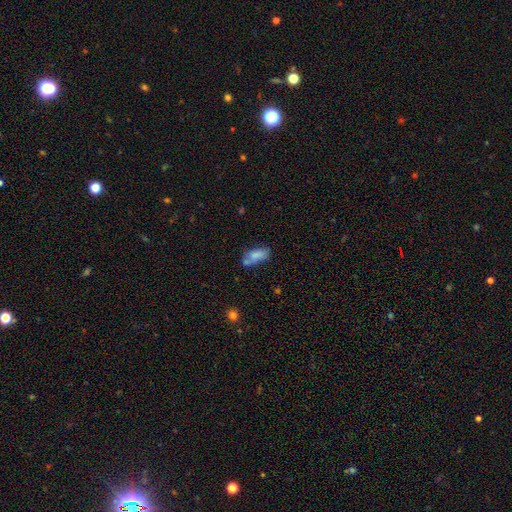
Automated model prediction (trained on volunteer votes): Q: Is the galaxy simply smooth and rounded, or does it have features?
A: smooth — 75%.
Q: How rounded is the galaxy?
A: in between — 83%.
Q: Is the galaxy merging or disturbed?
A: none — 47%.